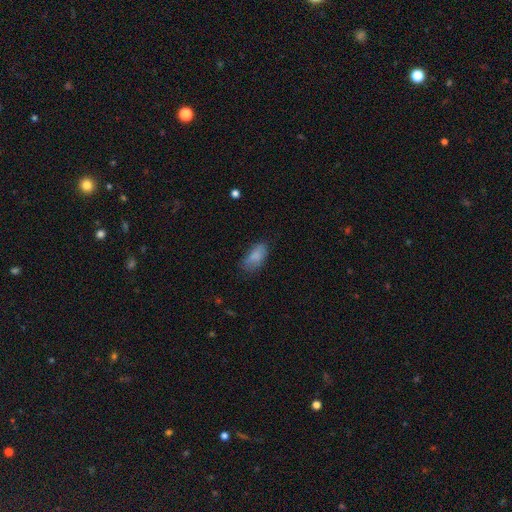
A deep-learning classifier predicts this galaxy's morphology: smooth-or-featured: smooth: 82% | featured or disk: 10% | star or artifact: 9%
  how-rounded: in between: 90% | cigar-shaped: 6% | round: 3%
  merging: none: 64% | minor disturbance: 26% | major disturbance: 9% | merger: 2%